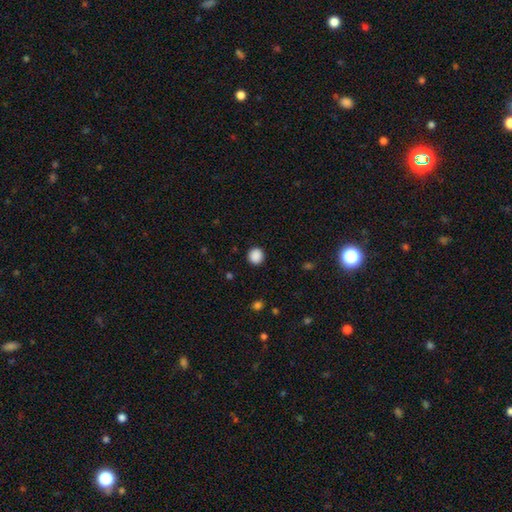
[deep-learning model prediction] Smooth or featured: smooth — 88% (star or artifact — 9%)
How rounded: round — 92% (in between — 7%)
Merging: none — 91% (minor disturbance — 6%)